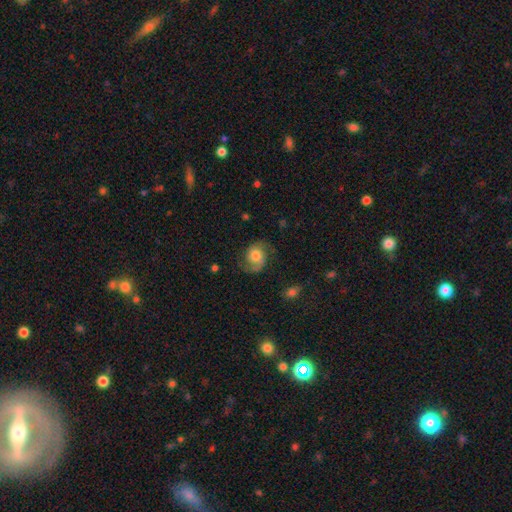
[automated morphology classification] This appears to be a featured or disk galaxy (64%) with no bar (72%), 2 (87%) medium (48%) spiral arms (92%) and a moderate central bulge (56%). Merging: none (71%).